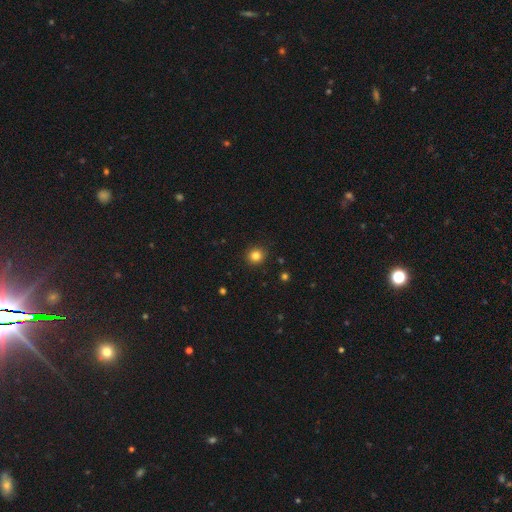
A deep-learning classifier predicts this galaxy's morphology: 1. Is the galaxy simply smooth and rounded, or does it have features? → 83% smooth, 12% star or artifact, 5% featured or disk.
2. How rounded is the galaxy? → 91% round, 8% in between, 1% cigar-shaped.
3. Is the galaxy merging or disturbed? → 92% none, 6% minor disturbance, 2% major disturbance, 1% merger.